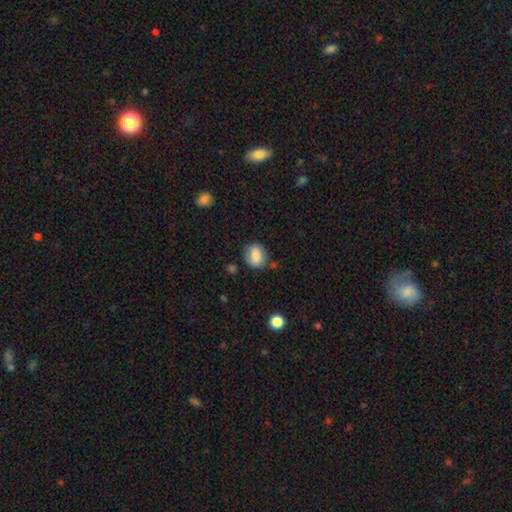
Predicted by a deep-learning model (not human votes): smooth-or-featured: smooth: 79% | featured or disk: 12% | star or artifact: 8%
  how-rounded: round: 56% | in between: 42% | cigar-shaped: 1%
  merging: none: 72% | minor disturbance: 19% | major disturbance: 5% | merger: 4%